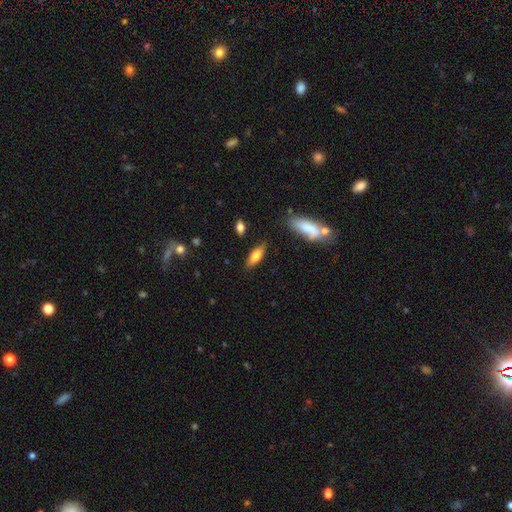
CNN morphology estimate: A smooth galaxy with no disk features (74%) that is in between round and cigar-shaped (65%). Merging: none (81%).